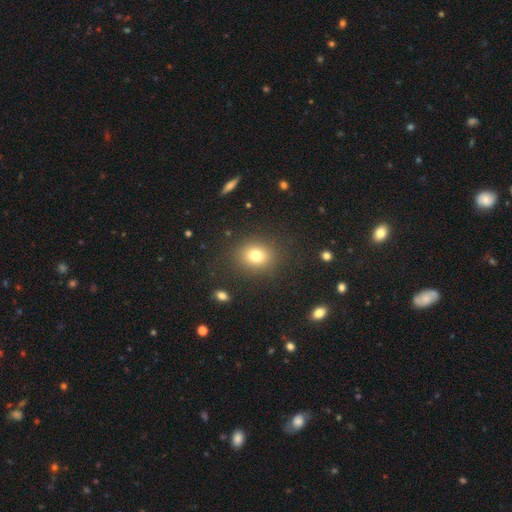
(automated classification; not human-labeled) This appears to be a smooth galaxy with no disk features (77%) that is round (69%). Merging: none (86%).